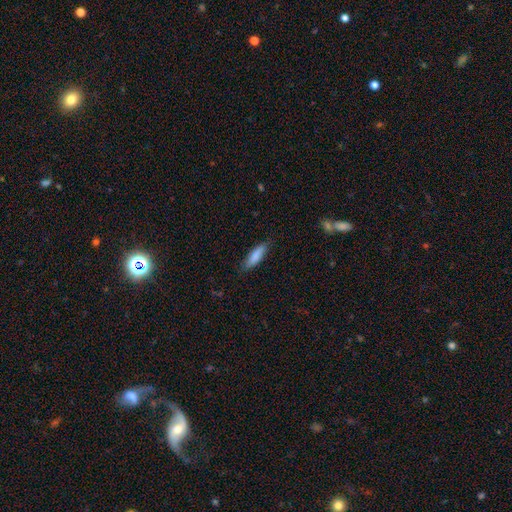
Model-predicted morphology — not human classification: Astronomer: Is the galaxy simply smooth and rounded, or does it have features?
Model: smooth — 84%.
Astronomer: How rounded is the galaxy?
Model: cigar-shaped — 56% (runner-up: in between, 42%).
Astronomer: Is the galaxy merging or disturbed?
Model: none — 81%.